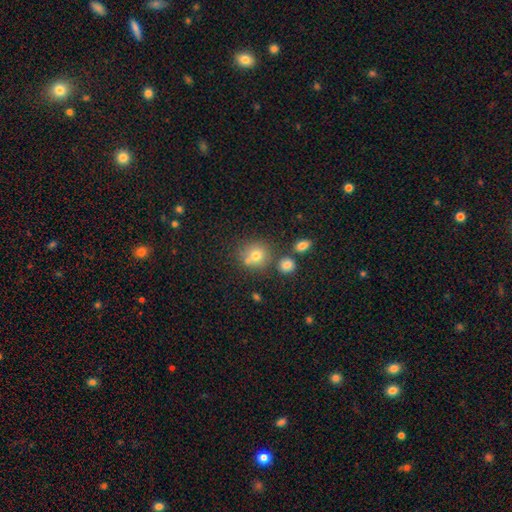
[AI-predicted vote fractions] Morphology: type=smooth (74%); roundness=round (86%); merging=none (64%).